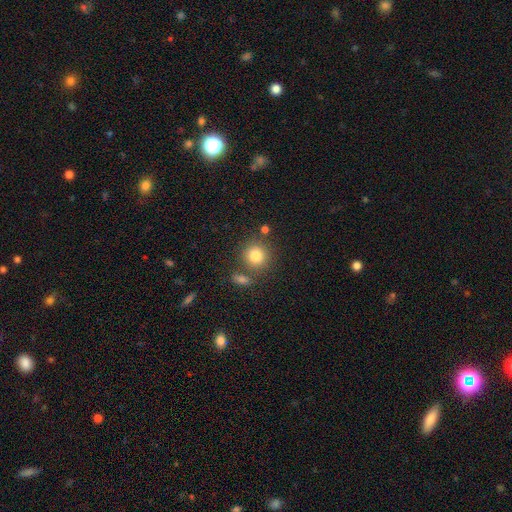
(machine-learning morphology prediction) A smooth galaxy with no disk features (81%) that is round (89%). Merging: none (73%).